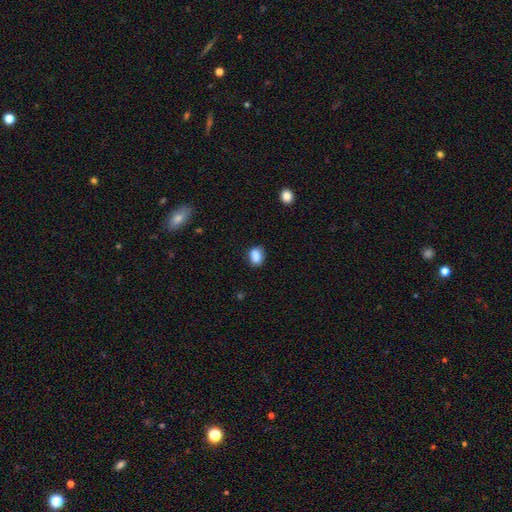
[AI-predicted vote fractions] Smooth or featured: smooth — 86% (star or artifact — 9%)
How rounded: in between — 72% (round — 26%)
Merging: none — 71% (minor disturbance — 21%)